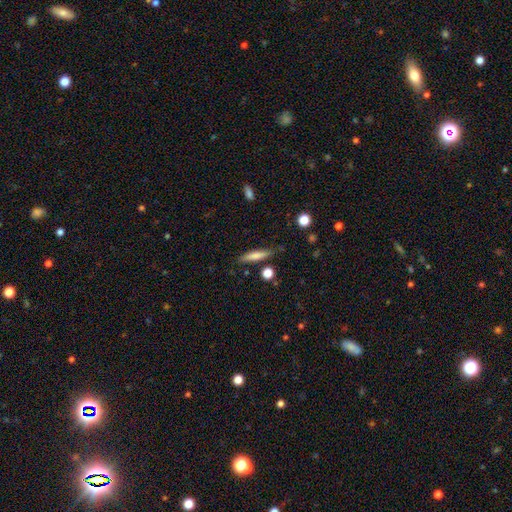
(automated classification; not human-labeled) A smooth galaxy with no disk features (71%) that is cigar-shaped (85%).

Vote fractions:
- Smooth or featured? smooth: 71% / featured or disk: 22% / star or artifact: 7%
- How rounded? cigar-shaped: 85% / in between: 13% / round: 2%
- Merging? none: 82% / minor disturbance: 12% / merger: 3% / major disturbance: 3%